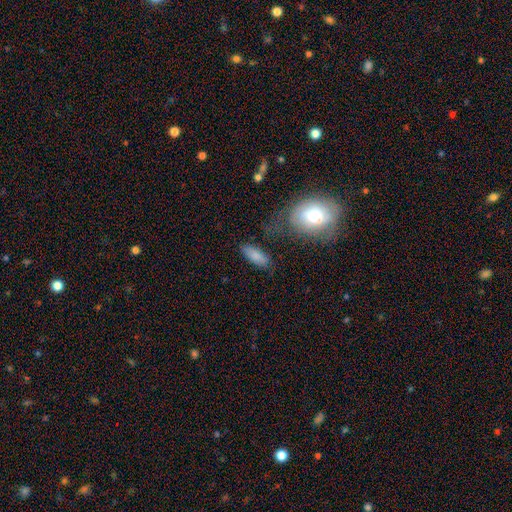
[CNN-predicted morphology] A smooth galaxy with no disk features (82%) that is in between round and cigar-shaped (68%).

Vote fractions:
- Smooth or featured? smooth: 82% / featured or disk: 11% / star or artifact: 7%
- How rounded? in between: 68% / cigar-shaped: 29% / round: 3%
- Merging? none: 73% / minor disturbance: 16% / merger: 6% / major disturbance: 5%